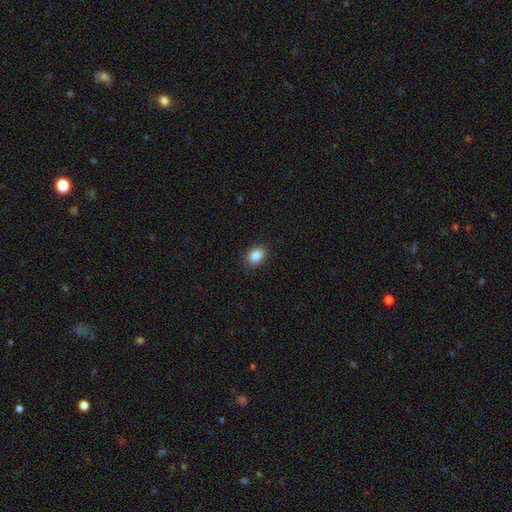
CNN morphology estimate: Smooth or featured? Predicted: smooth (p=0.87). How rounded? Predicted: in between (p=0.70). Merging? Predicted: none (p=0.89).